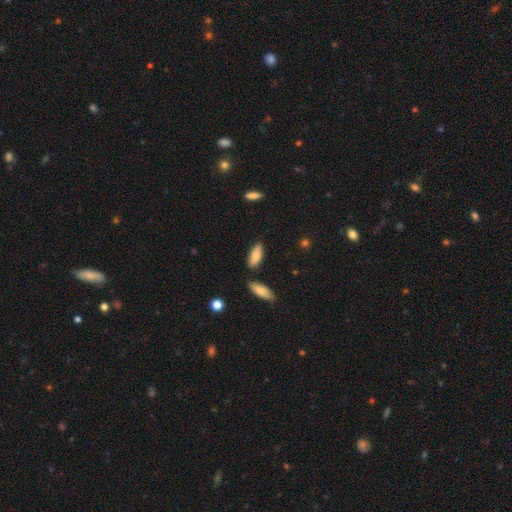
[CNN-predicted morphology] A smooth galaxy with no disk features (82%) that is in between round and cigar-shaped (76%).

Vote fractions:
- Smooth or featured? smooth: 82% / featured or disk: 12% / star or artifact: 6%
- How rounded? in between: 76% / cigar-shaped: 22% / round: 2%
- Merging? none: 80% / minor disturbance: 11% / merger: 6% / major disturbance: 2%